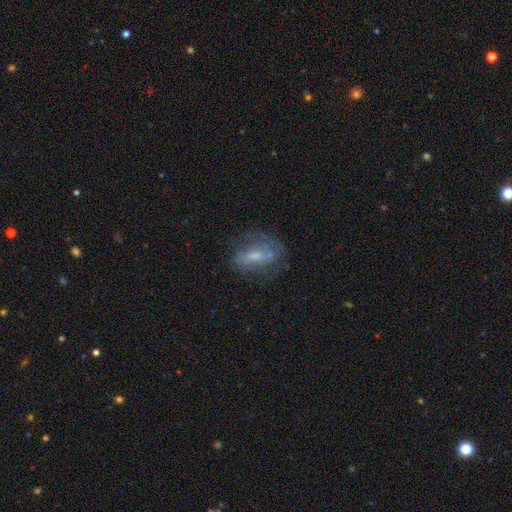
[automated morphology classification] Overall: featured or disk (59%; smooth 31%). Edge-on disk: no (92%). Bar: weak (44%; no 36%). Spiral arms: yes (63%; no 37%). Bulge size: moderate (43%; small 41%). Merging: none (59%; minor disturbance 22%).